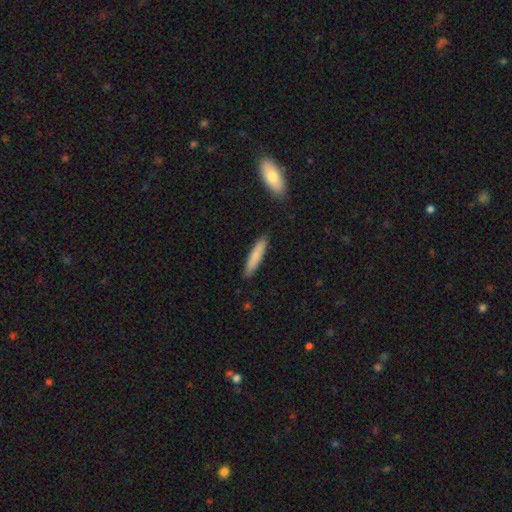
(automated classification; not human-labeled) This is clearly a smooth galaxy (81%). How rounded: clearly cigar-shaped (87%). Merging: clearly none (89%).